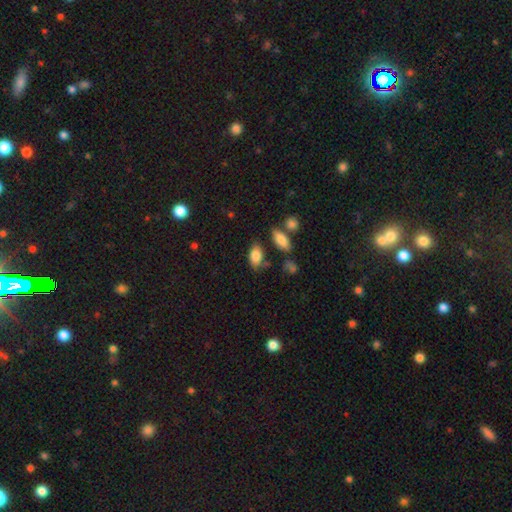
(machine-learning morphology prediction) A smooth galaxy with no disk features (85%) that is in between round and cigar-shaped (91%). Merging: none (68%).